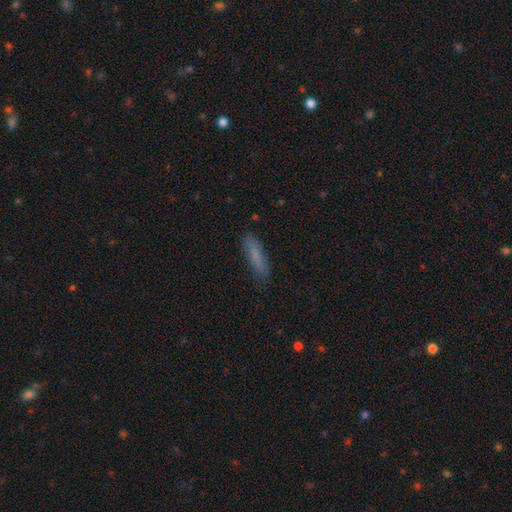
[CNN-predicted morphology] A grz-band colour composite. It shows a smooth galaxy with no disk features (74%) that is cigar-shaped (71%). Merging: none (82%).